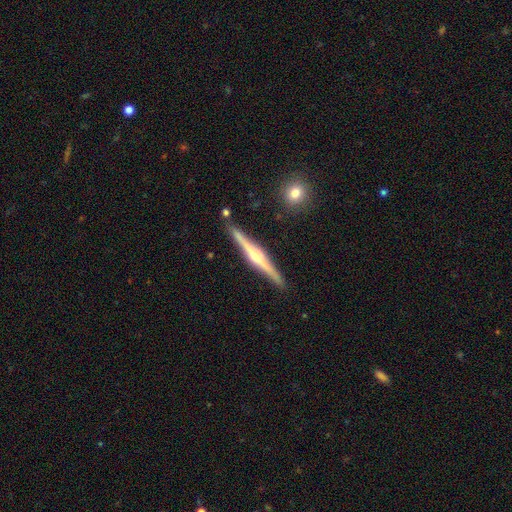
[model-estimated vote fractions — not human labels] featured or disk 81%, smooth 14%, star or artifact 5%. Down the decision tree: edge-on disk — yes (98%); edge-on bulge — rounded (84%); merging — none (89%).